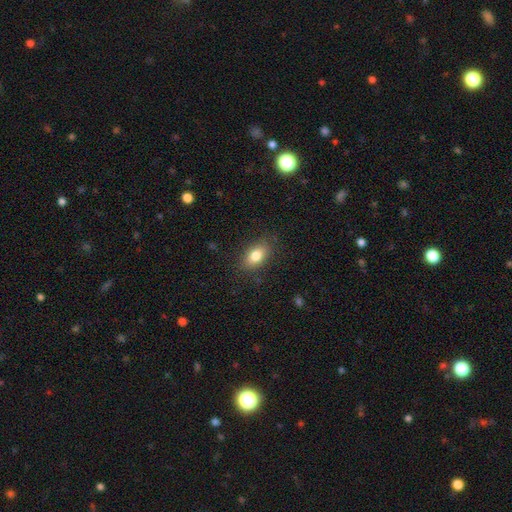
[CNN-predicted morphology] smooth_or_featured: smooth (p=0.80) [alt: featured or disk p=0.11]
how_rounded: in between (p=0.87) [alt: round p=0.09]
merging: none (p=0.85) [alt: minor disturbance p=0.11]